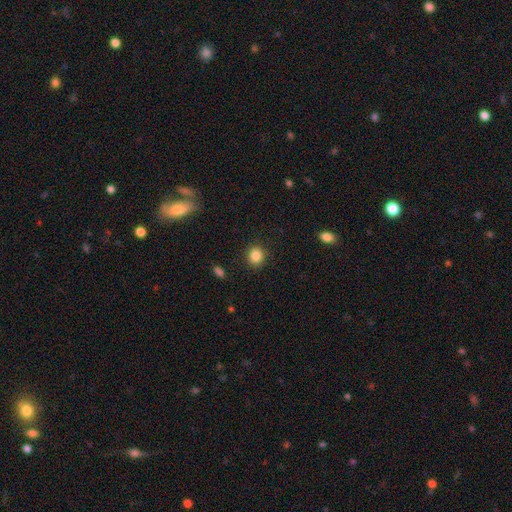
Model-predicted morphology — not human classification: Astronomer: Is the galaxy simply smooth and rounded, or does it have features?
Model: smooth — 85%.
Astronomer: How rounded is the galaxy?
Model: round — 84%.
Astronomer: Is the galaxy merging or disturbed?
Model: none — 90%.